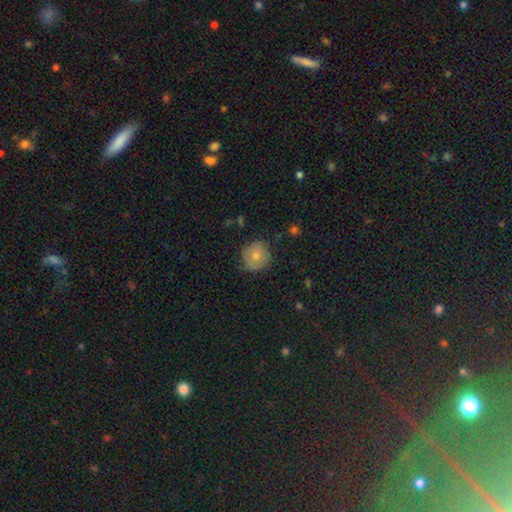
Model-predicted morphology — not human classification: The model was most divided on "smooth or featured": smooth: 71%, featured or disk: 21%, star or artifact: 8%. More confident: how rounded — round (90%); merging — none (75%).